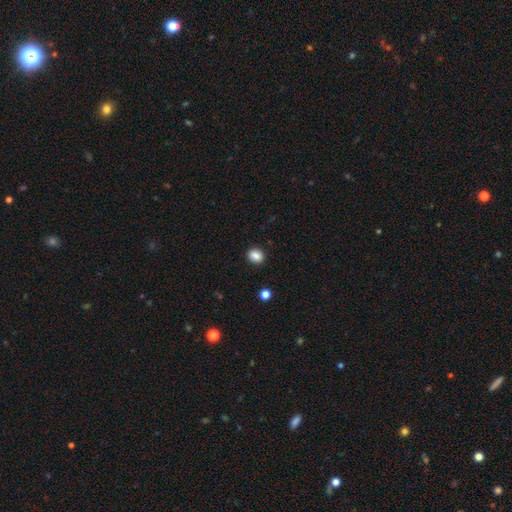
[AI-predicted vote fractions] smooth_or_featured: smooth (p=0.86) [alt: star or artifact p=0.10]
how_rounded: round (p=0.52) [alt: in between p=0.47]
merging: none (p=0.88) [alt: minor disturbance p=0.08]